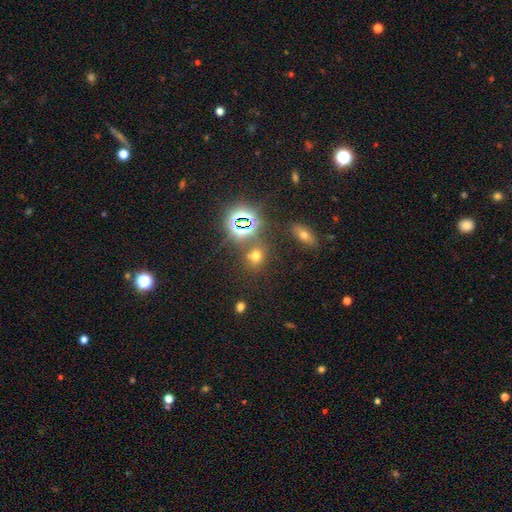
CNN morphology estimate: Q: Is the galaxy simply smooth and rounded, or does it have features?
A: smooth — 52%.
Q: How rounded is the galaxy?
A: round — 61%.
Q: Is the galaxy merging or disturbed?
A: none — 69%.